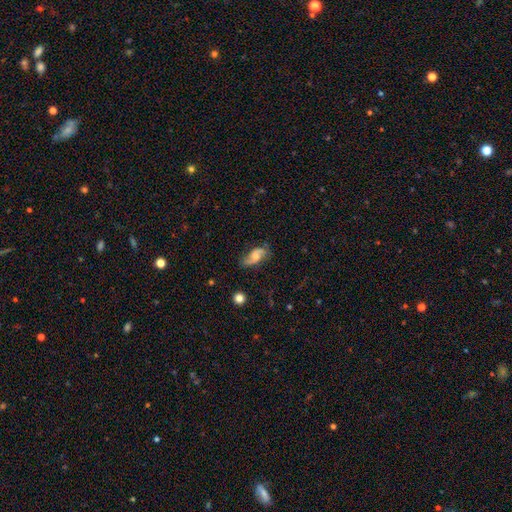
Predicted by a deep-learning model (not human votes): This appears to be a featured or disk galaxy (68%) with no bar (57%), 2 (88%) loose (47%) spiral arms (92%) and a moderate central bulge (46%). Merging: none (70%).